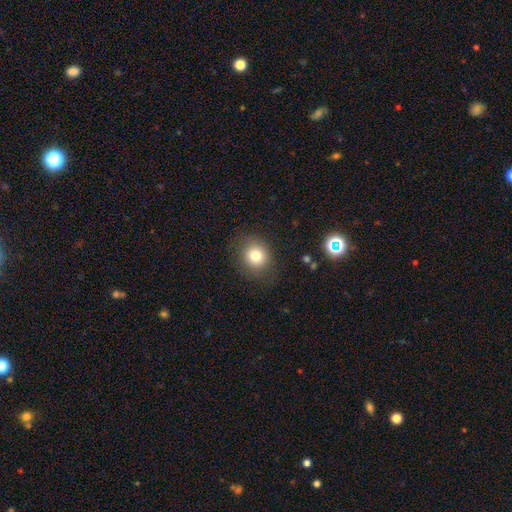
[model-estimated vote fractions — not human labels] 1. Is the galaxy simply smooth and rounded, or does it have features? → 78% smooth, 12% star or artifact, 9% featured or disk.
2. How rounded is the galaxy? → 83% round, 16% in between, 1% cigar-shaped.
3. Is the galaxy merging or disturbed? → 83% none, 11% minor disturbance, 4% major disturbance, 1% merger.